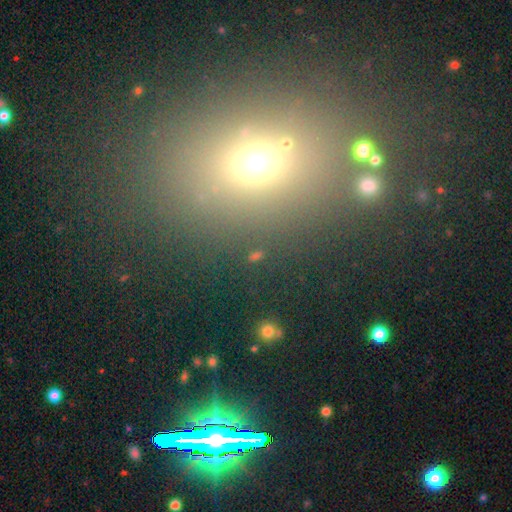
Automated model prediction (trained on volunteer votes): A smooth galaxy with no disk features (50%) that is round (51%).

Vote fractions:
- Smooth or featured? smooth: 50% / star or artifact: 38% / featured or disk: 12%
- How rounded? round: 51% / in between: 45% / cigar-shaped: 4%
- Merging? none: 81% / minor disturbance: 9% / major disturbance: 5% / merger: 5%